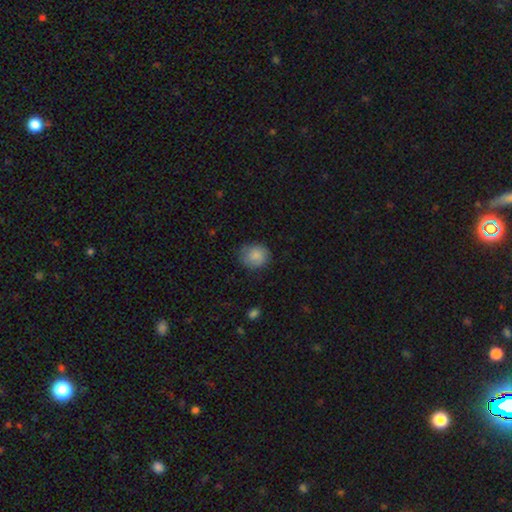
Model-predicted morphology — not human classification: smooth_or_featured: smooth (p=0.85) [alt: featured or disk p=0.07]
how_rounded: round (p=0.75) [alt: in between p=0.24]
merging: none (p=0.76) [alt: minor disturbance p=0.19]